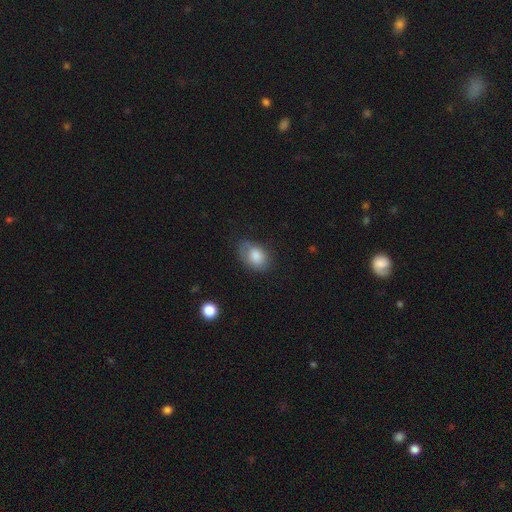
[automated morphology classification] smooth-or-featured: smooth: 77% | featured or disk: 14% | star or artifact: 9%
  how-rounded: in between: 76% | round: 23% | cigar-shaped: 1%
  merging: none: 57% | minor disturbance: 30% | major disturbance: 11% | merger: 2%